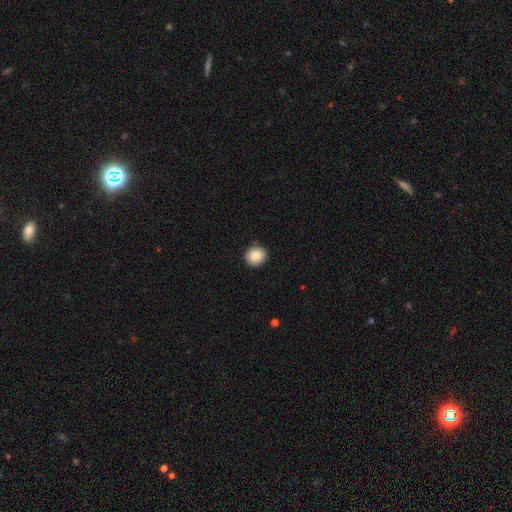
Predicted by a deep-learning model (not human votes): This appears to be a smooth galaxy with no disk features (86%) that is round (86%). Merging: none (90%).